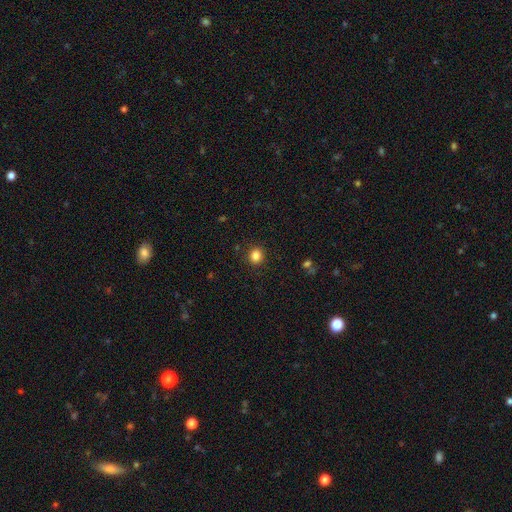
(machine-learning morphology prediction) The model was most divided on "how rounded": round: 79%, in between: 20%, cigar-shaped: 1%. More confident: merging — none (90%); smooth or featured — smooth (84%).